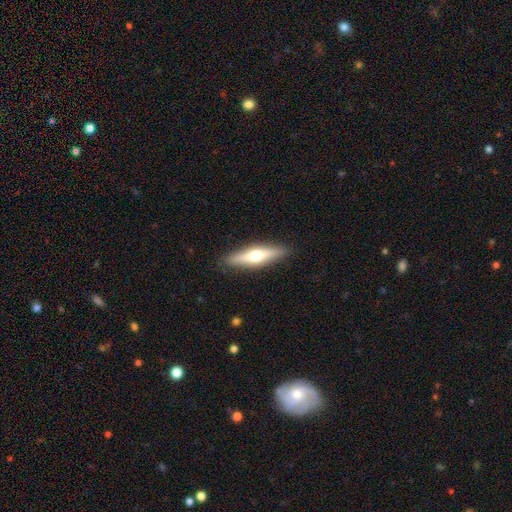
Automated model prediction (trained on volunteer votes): A featured or disk galaxy (51%) viewed edge-on (92%). Merging: none (89%).